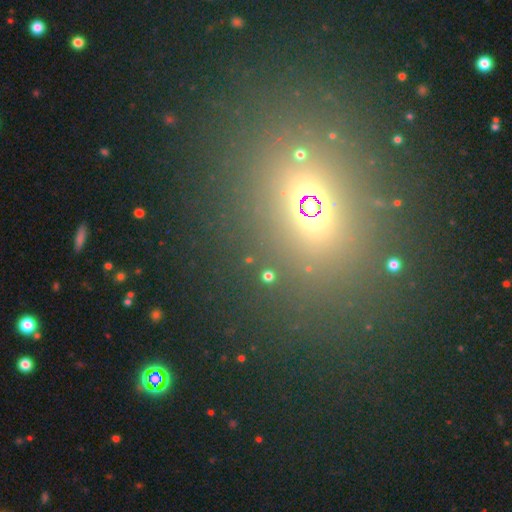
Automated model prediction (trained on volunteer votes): A star or artifact, not a galaxy (43%).